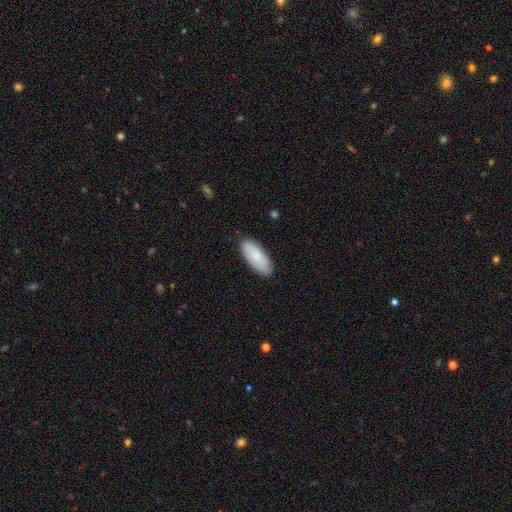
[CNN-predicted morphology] smooth_or_featured: smooth (p=0.84) [alt: featured or disk p=0.11]
how_rounded: in between (p=0.83) [alt: cigar-shaped p=0.15]
merging: none (p=0.86) [alt: minor disturbance p=0.11]